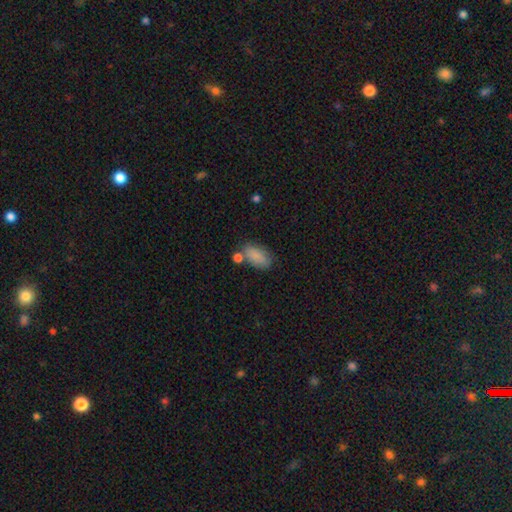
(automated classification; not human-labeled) Smooth or featured? smooth (84%)
How rounded? in between (91%)
Merging? none (58%)